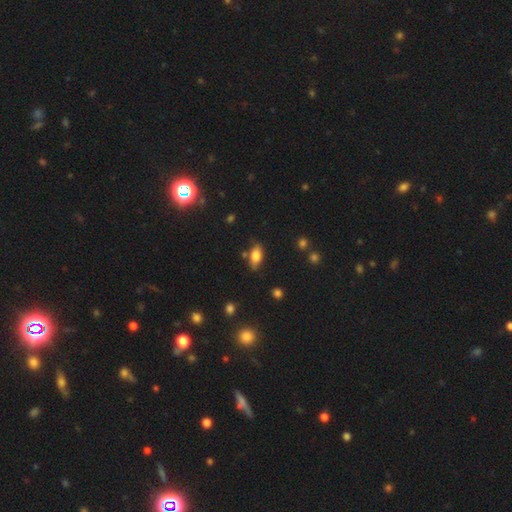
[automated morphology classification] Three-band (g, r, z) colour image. It shows a smooth galaxy with no disk features (74%) that is in between round and cigar-shaped (85%). Merging: none (75%).